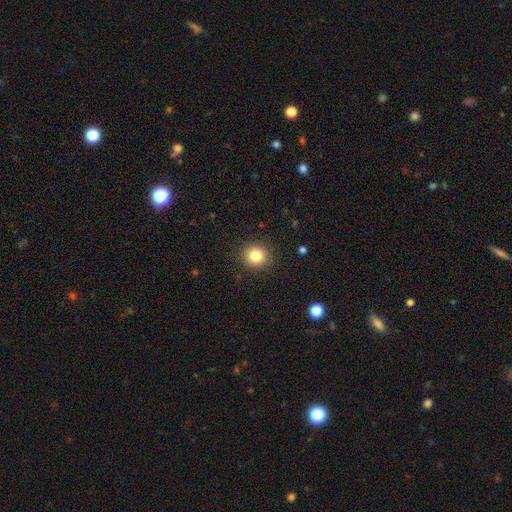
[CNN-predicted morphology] Smooth or featured?
  - smooth: 82% *
  - star or artifact: 11%
  - featured or disk: 6%
How rounded?
  - round: 88% *
  - in between: 11%
  - cigar-shaped: 1%
Merging?
  - none: 90% *
  - minor disturbance: 7%
  - major disturbance: 2%
  - merger: 1%